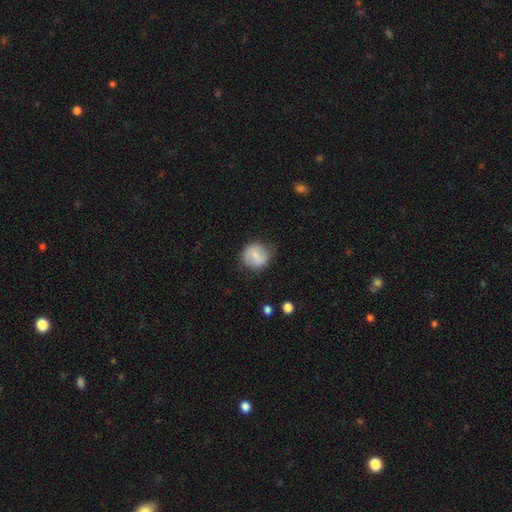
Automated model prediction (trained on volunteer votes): This appears to be a smooth galaxy with no disk features (64%) that is round (85%). Merging: none (78%).